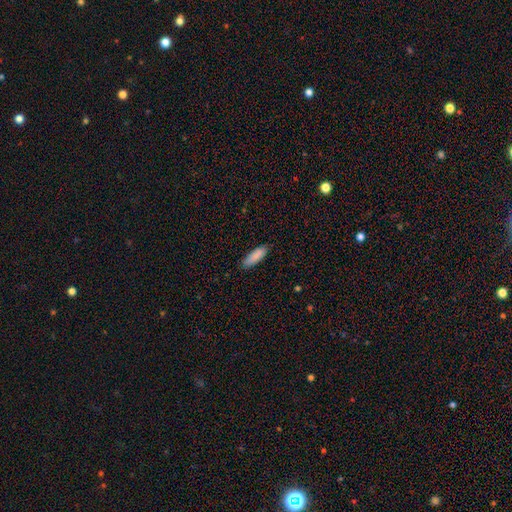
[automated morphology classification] A smooth galaxy with no disk features (88%) that is cigar-shaped (50%). Merging: none (87%).